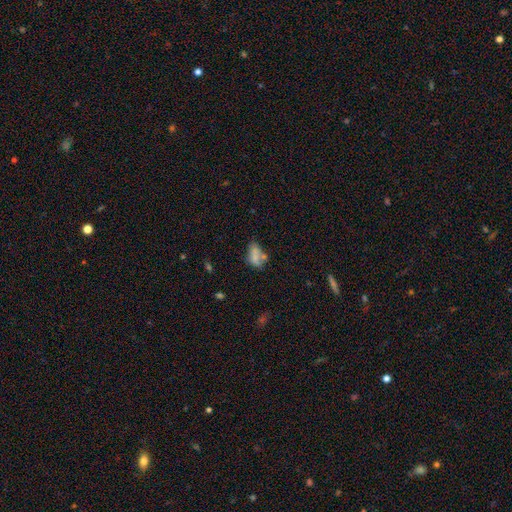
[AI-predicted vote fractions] smooth 66%, featured or disk 23%, star or artifact 11%. Down the decision tree: how rounded — in between (85%); merging — none (36%).